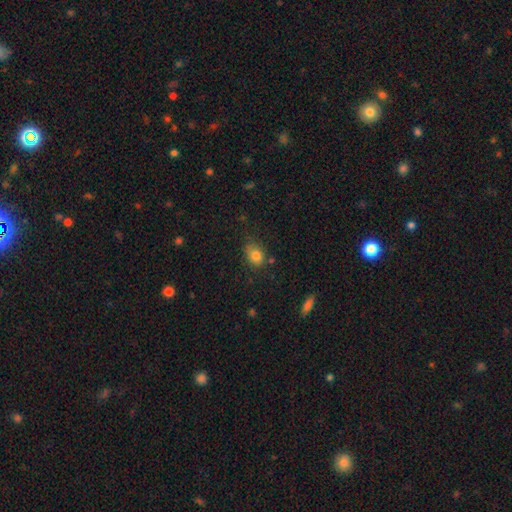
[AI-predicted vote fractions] Smooth or featured? smooth (81%)
How rounded? in between (62%)
Merging? none (65%)